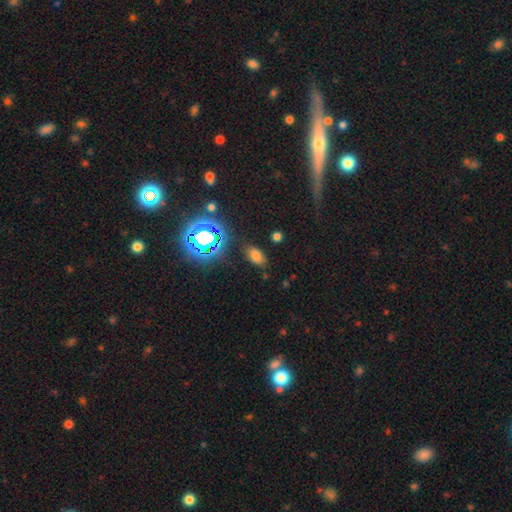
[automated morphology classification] smooth-or-featured: smooth: 65% | star or artifact: 25% | featured or disk: 10%
  how-rounded: in between: 88% | round: 8% | cigar-shaped: 3%
  merging: none: 82% | minor disturbance: 11% | major disturbance: 4% | merger: 2%